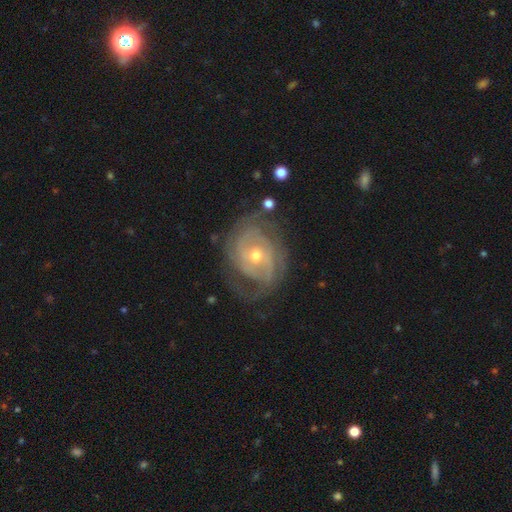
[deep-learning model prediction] The model was most divided on "bulge size": moderate: 49%, small: 48%, large: 2%, none: 1%, dominant: 1%. Remaining: edge-on disk — no (97%); spiral arms — yes (93%); smooth or featured — featured or disk (87%); merging — none (66%); bar — no (62%); spiral winding — tight (60%); spiral arm count — 2 (44%).